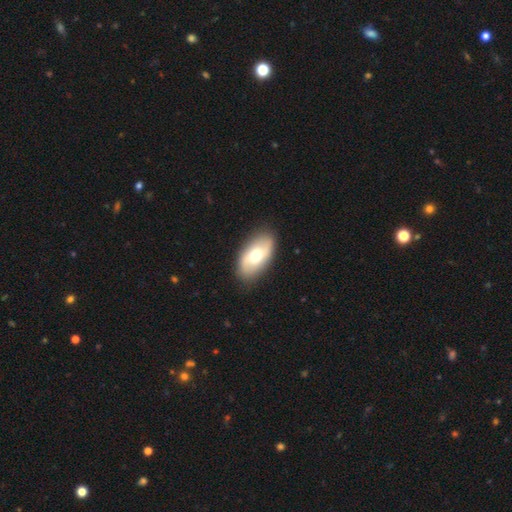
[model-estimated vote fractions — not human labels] Smooth or featured: smooth — 56% (featured or disk — 38%)
How rounded: in between — 92% (round — 5%)
Merging: none — 86% (minor disturbance — 10%)